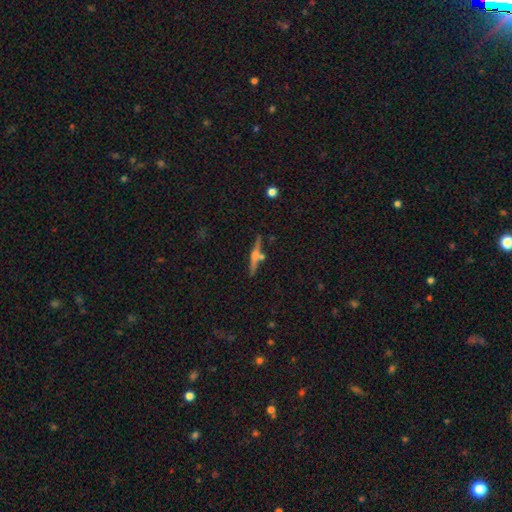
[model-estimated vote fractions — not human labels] smooth_or_featured: featured or disk (p=0.71) [alt: smooth p=0.22]
disk_edge_on: yes (p=0.97) [alt: no p=0.03]
edge_on_bulge: rounded (p=0.89) [alt: boxy p=0.06]
merging: none (p=0.77) [alt: minor disturbance p=0.10]